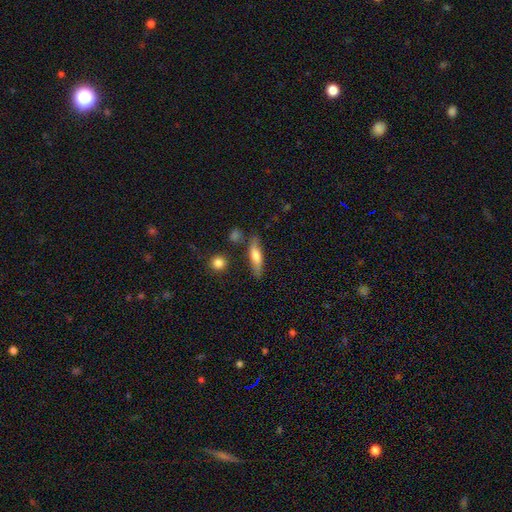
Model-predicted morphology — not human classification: smooth 62%, featured or disk 31%, star or artifact 7%. Down the decision tree: how rounded — cigar-shaped (59%); merging — none (70%).